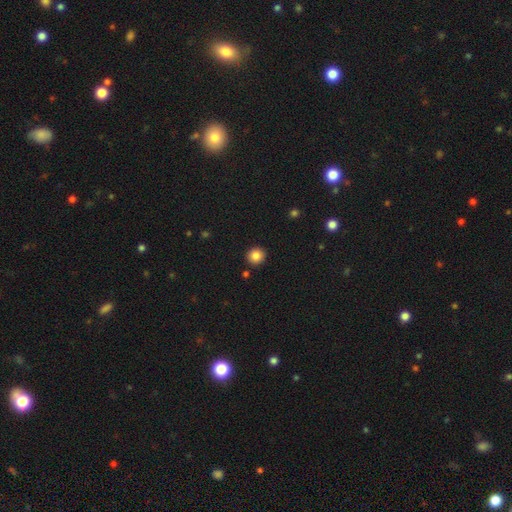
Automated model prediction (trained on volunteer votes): A smooth galaxy with no disk features (85%) that is round (91%). Merging: none (91%).